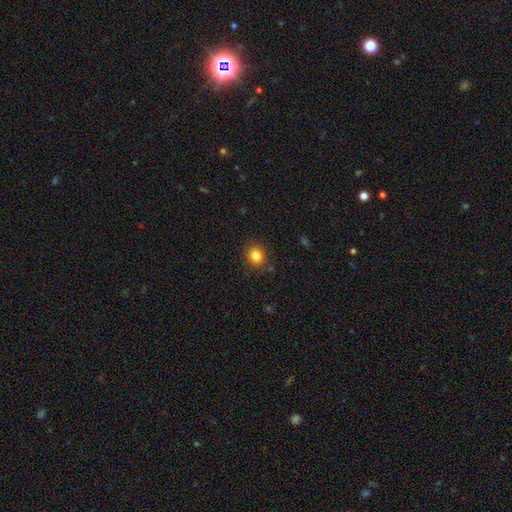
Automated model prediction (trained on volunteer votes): The model was most divided on "how rounded": round: 81%, in between: 18%, cigar-shaped: 1%. More confident: merging — none (88%); smooth or featured — smooth (83%).